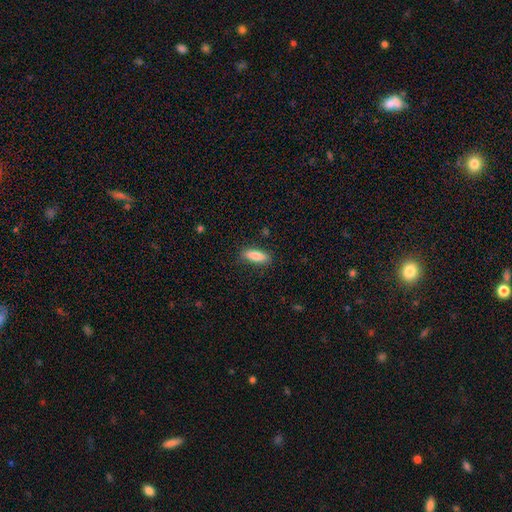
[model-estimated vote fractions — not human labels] Overall: smooth (84%). How rounded: in between (59%; cigar-shaped 39%). Merging: none (86%).